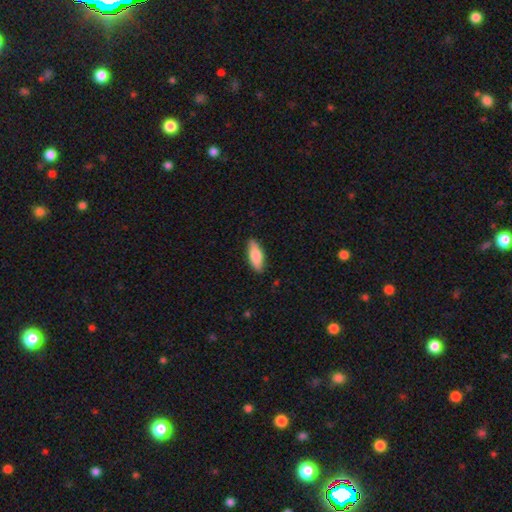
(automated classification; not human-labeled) Q: Smooth or featured?
A: smooth (79%); runner-up: featured or disk (16%)
Q: How rounded?
A: in between (71%); runner-up: cigar-shaped (27%)
Q: Merging?
A: none (87%); runner-up: minor disturbance (10%)